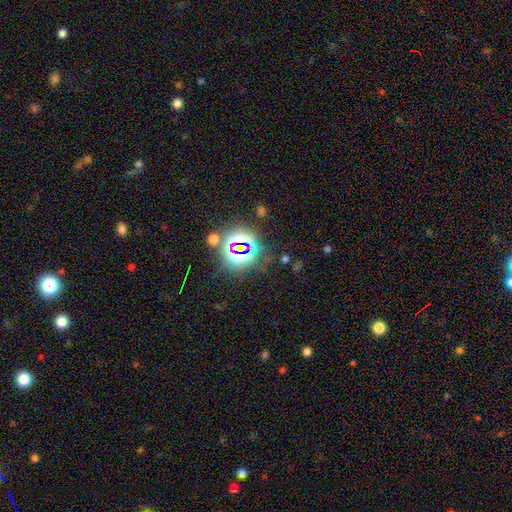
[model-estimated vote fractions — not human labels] A star or artifact, not a galaxy (76%).